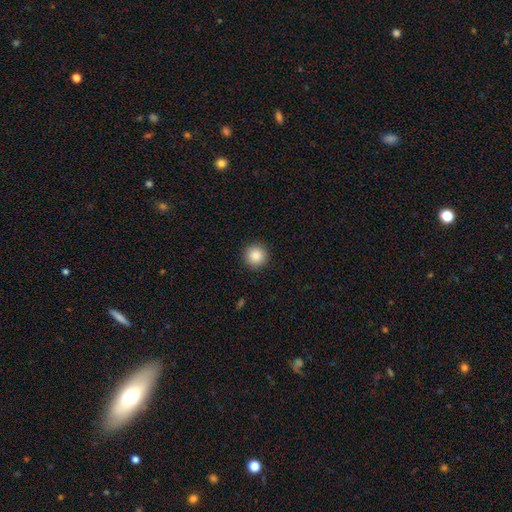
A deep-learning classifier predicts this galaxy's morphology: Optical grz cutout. It shows a smooth galaxy with no disk features (87%) that is round (96%). Merging: none (92%).